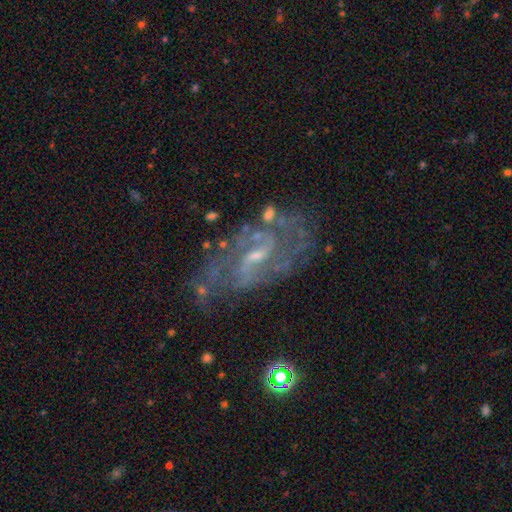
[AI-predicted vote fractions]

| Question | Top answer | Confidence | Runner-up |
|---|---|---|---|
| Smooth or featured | featured or disk | 81% | star or artifact (11%) |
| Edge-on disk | no | 95% | yes (5%) |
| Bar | weak | 56% | no (25%) |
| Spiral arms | yes | 90% | no (10%) |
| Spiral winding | medium | 47% | tight (31%) |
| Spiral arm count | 2 | 56% | can't tell (23%) |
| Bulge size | small | 63% | moderate (25%) |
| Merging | none | 66% | minor disturbance (19%) |